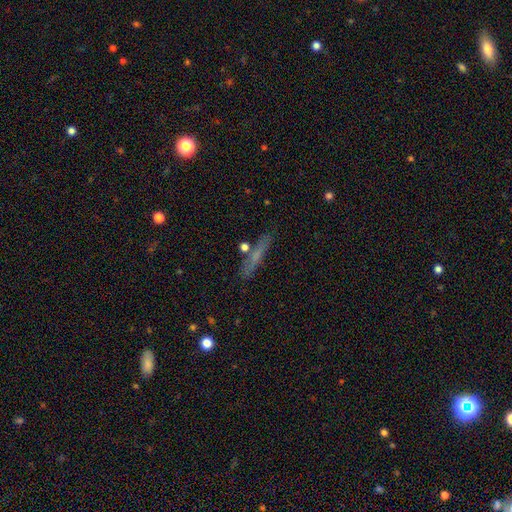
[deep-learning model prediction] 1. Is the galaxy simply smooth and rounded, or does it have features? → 56% smooth, 33% featured or disk, 10% star or artifact.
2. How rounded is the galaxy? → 89% cigar-shaped, 8% in between, 3% round.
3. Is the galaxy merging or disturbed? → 82% none, 11% minor disturbance, 4% merger, 3% major disturbance.